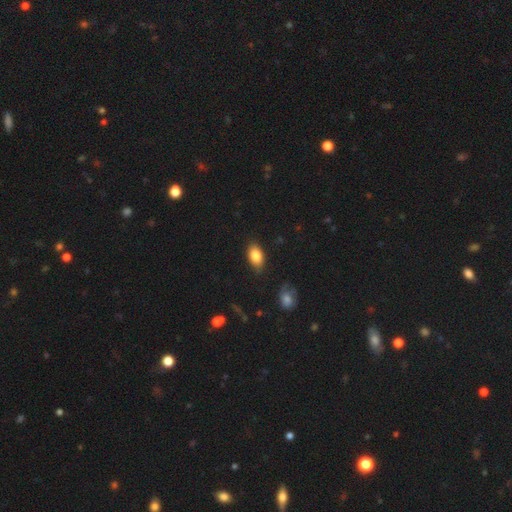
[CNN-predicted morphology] Overall: smooth (85%). How rounded: in between (91%). Merging: none (81%).